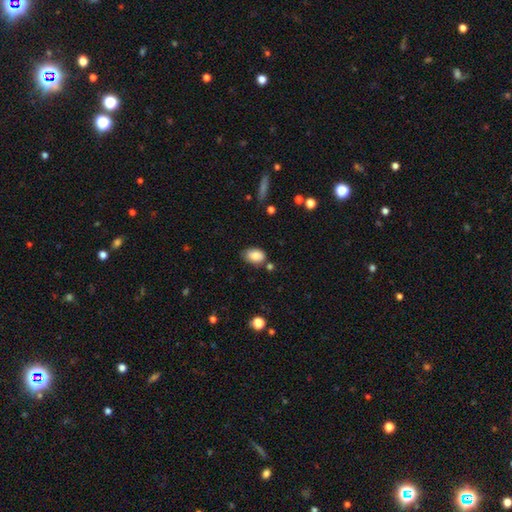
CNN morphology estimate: A smooth galaxy with no disk features (86%) that is in between round and cigar-shaped (88%). Merging: none (69%).